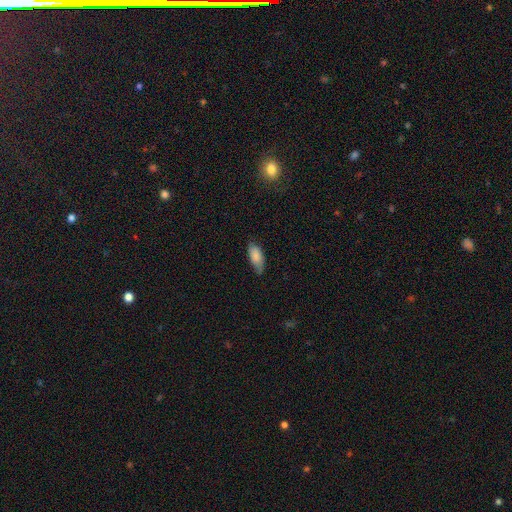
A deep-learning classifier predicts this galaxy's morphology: Overall: smooth (83%). How rounded: in between (86%). Merging: none (67%).